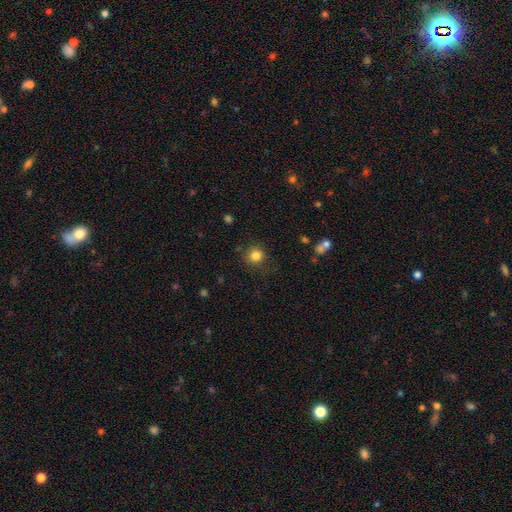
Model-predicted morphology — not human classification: type=smooth (83%); roundness=round (90%); merging=none (85%).